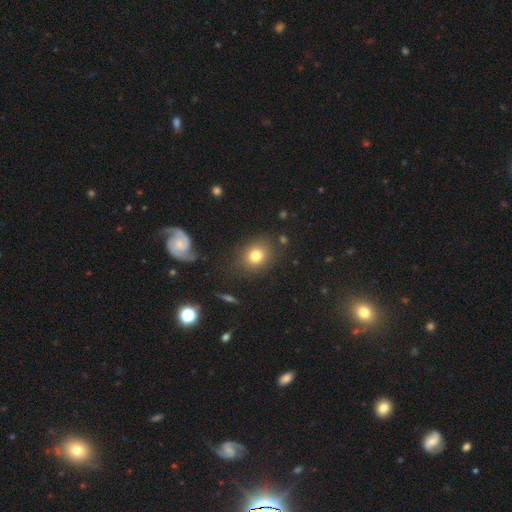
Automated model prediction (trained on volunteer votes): Morphology: type=smooth (78%); roundness=round (66%); merging=none (81%).